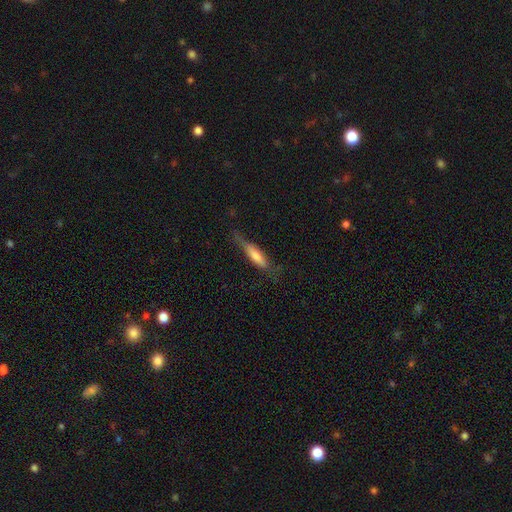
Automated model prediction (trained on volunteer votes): A smooth galaxy with no disk features (55%) that is cigar-shaped (76%).

Vote fractions:
- Smooth or featured? smooth: 55% / featured or disk: 38% / star or artifact: 6%
- How rounded? cigar-shaped: 76% / in between: 22% / round: 2%
- Merging? none: 60% / minor disturbance: 28% / major disturbance: 10% / merger: 2%